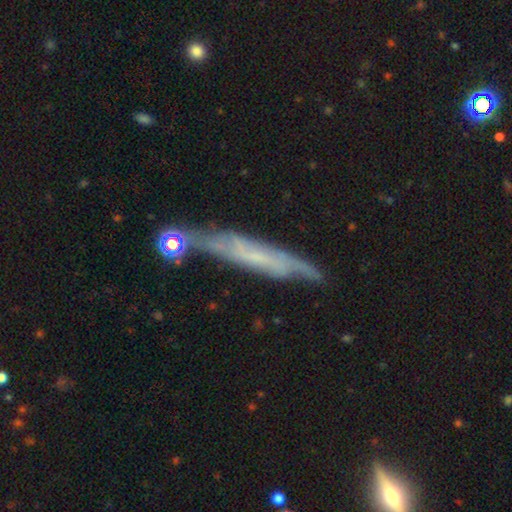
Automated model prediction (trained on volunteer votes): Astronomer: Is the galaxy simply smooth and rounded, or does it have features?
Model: featured or disk — 65%.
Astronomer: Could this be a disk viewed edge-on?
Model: yes — 62% (runner-up: no, 38%).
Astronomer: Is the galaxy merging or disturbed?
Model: none — 62%.